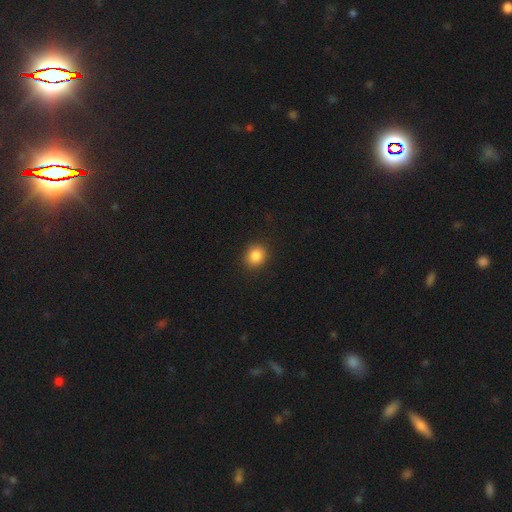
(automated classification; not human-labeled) A smooth galaxy with no disk features (86%) that is round (72%). Merging: none (90%).